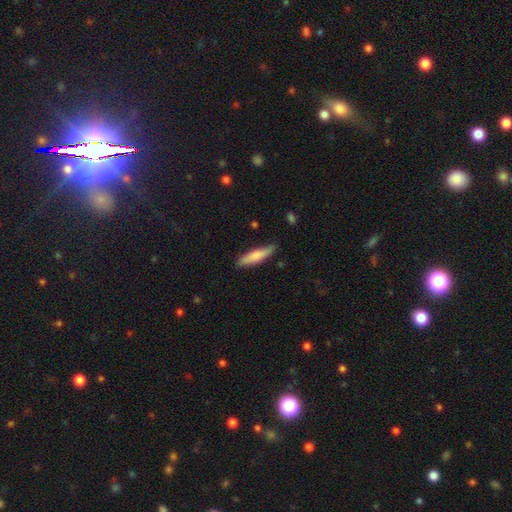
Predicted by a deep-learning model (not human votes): smooth-or-featured: smooth: 77% | featured or disk: 18% | star or artifact: 5%
  how-rounded: cigar-shaped: 80% | in between: 19% | round: 1%
  merging: none: 82% | minor disturbance: 15% | major disturbance: 2% | merger: 1%